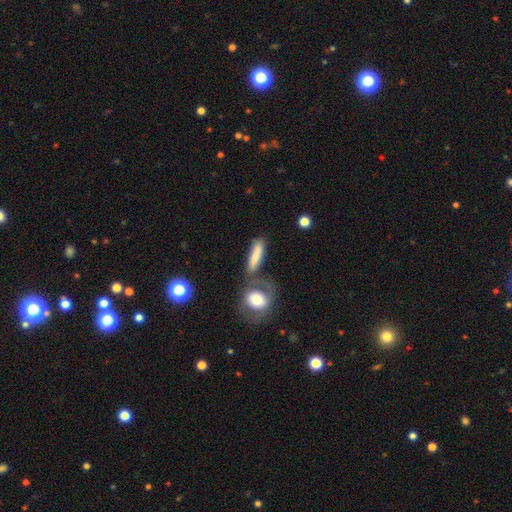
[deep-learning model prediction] smooth 75%, featured or disk 17%, star or artifact 7%. Down the decision tree: how rounded — cigar-shaped (60%); merging — none (53%).